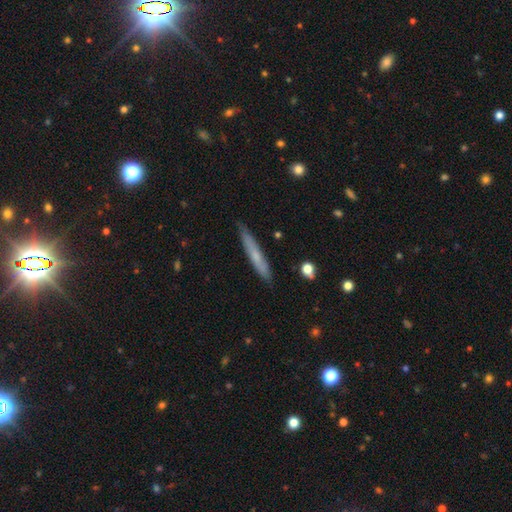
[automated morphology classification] Smooth or featured?
  - smooth: 58% *
  - featured or disk: 36%
  - star or artifact: 6%
How rounded?
  - cigar-shaped: 95% *
  - in between: 4%
  - round: 1%
Merging?
  - none: 85% *
  - minor disturbance: 12%
  - major disturbance: 2%
  - merger: 1%